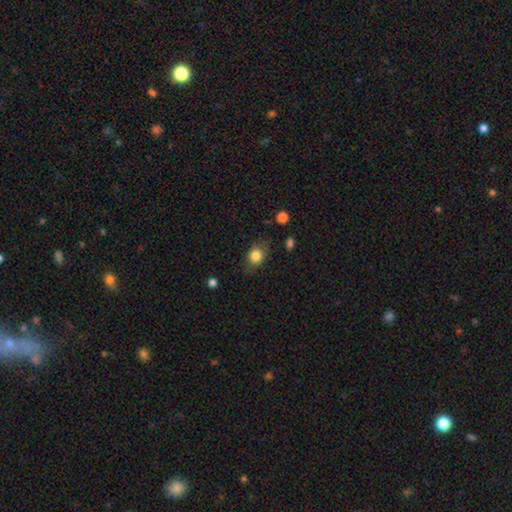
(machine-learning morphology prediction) smooth-or-featured: smooth: 81% | featured or disk: 9% | star or artifact: 9%
  how-rounded: round: 49% (tied) | in between: 49% (tied) | cigar-shaped: 2%
  merging: none: 72% | minor disturbance: 21% | major disturbance: 6% | merger: 2%